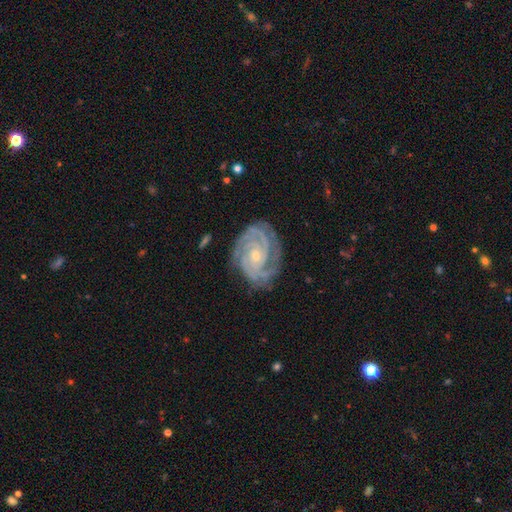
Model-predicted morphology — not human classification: The model was most divided on "spiral arm count": 2: 35%, 3: 32%, 4: 12%, can't tell: 11%, more than 4: 5%, 1: 5%. More confident: spiral arms — yes (98%); edge-on disk — no (97%); smooth or featured — featured or disk (91%); merging — none (78%); spiral winding — tight (76%); bulge size — small (68%); bar — no (67%).